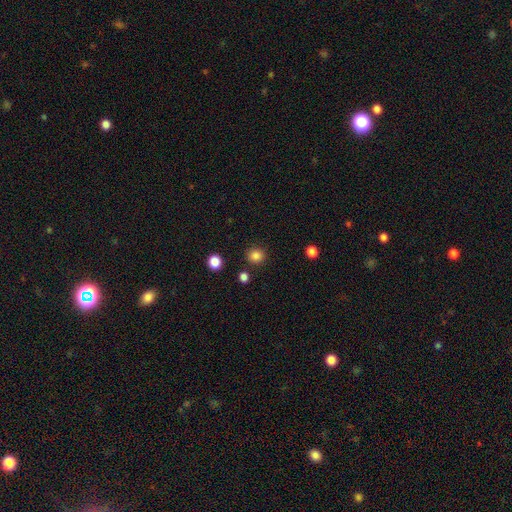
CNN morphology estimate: Smooth or featured? Predicted: smooth (p=0.85). How rounded? Predicted: round (p=0.86). Merging? Predicted: none (p=0.88).